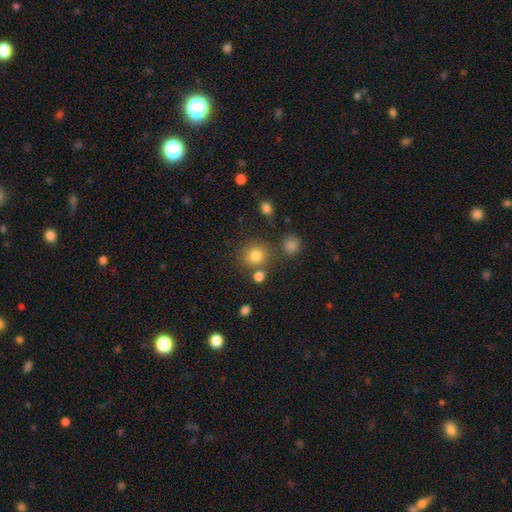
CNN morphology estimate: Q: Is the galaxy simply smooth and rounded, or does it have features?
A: smooth — 80%.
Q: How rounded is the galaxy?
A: round — 85%.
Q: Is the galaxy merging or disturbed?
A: none — 73%.